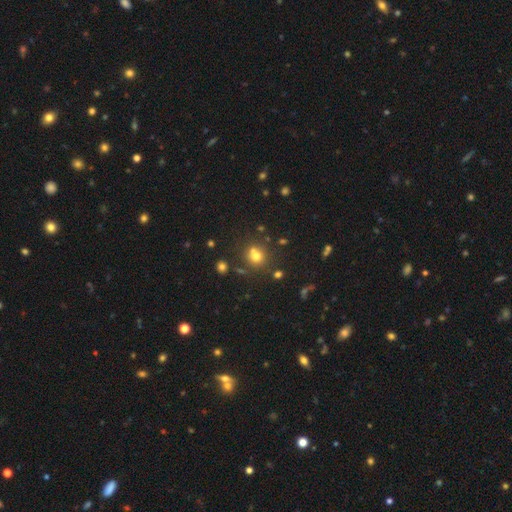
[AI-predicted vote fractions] This appears to be a smooth galaxy with no disk features (68%) that is round (82%). Merging: none (58%).